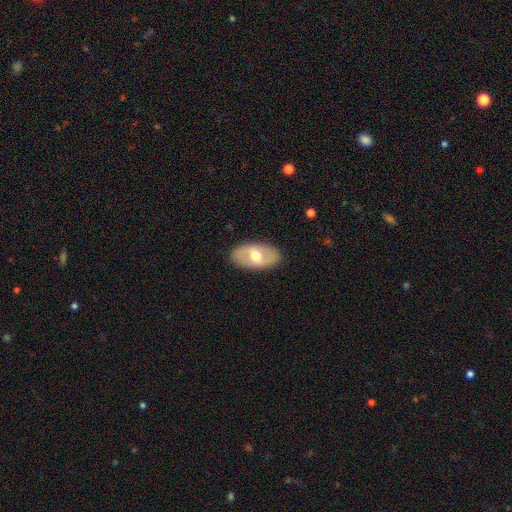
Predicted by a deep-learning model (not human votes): Smooth or featured?
  - smooth: 48% *
  - featured or disk: 47%
  - star or artifact: 6%
Merging?
  - none: 87% *
  - minor disturbance: 9%
  - major disturbance: 3%
  - merger: 1%